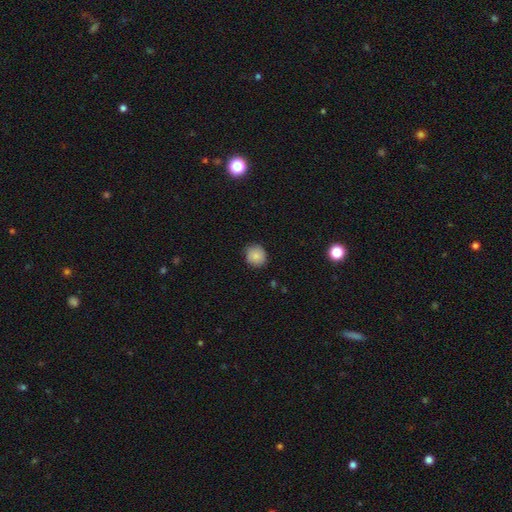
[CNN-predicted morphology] The model was most divided on "merging": none: 84%, minor disturbance: 13%, major disturbance: 2%, merger: 1%. More confident: how rounded — round (87%); smooth or featured — smooth (85%).